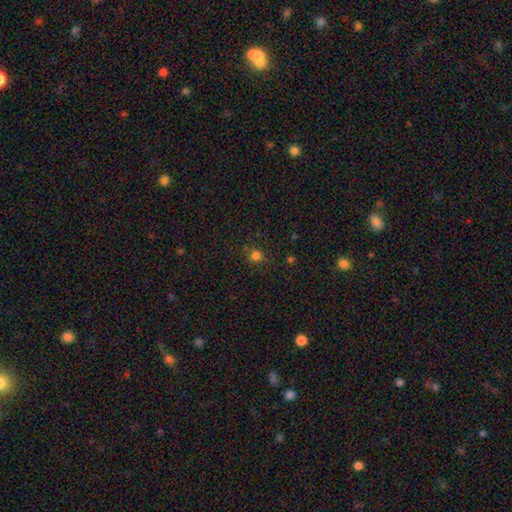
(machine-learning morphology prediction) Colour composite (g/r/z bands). It shows a smooth galaxy with no disk features (77%) that is round (89%). Merging: none (81%).